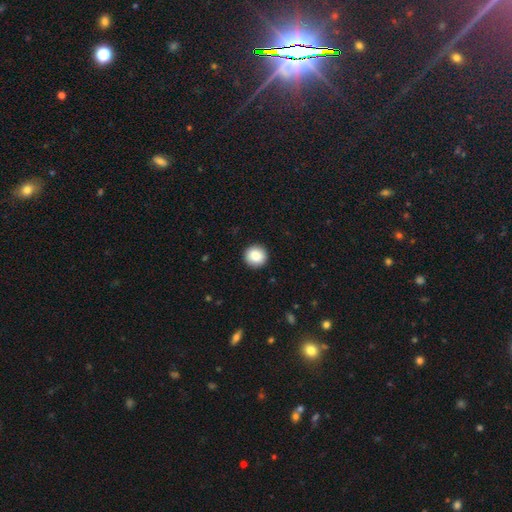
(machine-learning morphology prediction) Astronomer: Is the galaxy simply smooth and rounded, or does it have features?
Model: smooth — 87%.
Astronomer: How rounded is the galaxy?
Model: round — 95%.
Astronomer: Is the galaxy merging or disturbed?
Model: none — 93%.